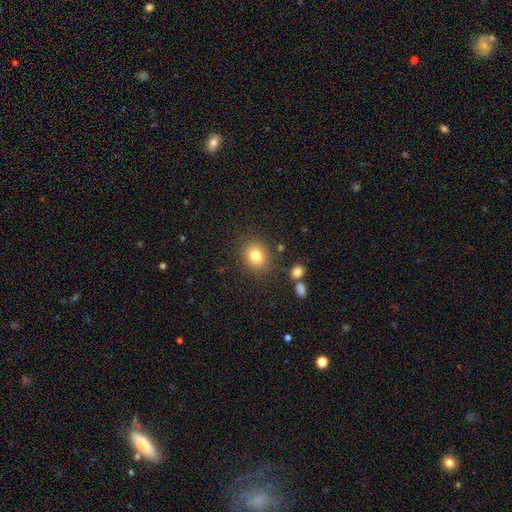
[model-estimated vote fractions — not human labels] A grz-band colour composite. It shows a smooth galaxy with no disk features (81%) that is round (61%). Merging: none (84%).